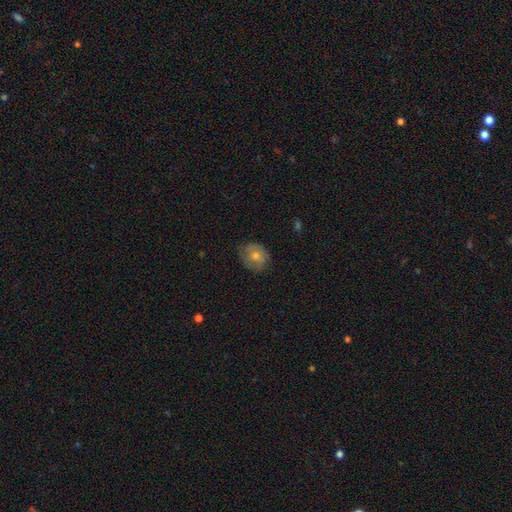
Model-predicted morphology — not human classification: A smooth galaxy with no disk features (53%) that is round (66%). Merging: none (73%).